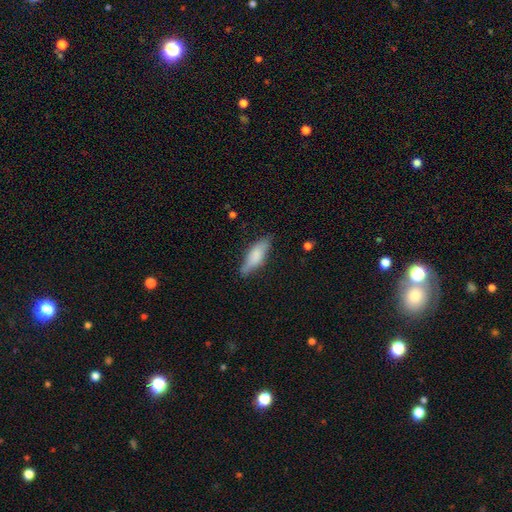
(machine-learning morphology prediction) type=smooth (76%); roundness=in between (56%); merging=none (72%).